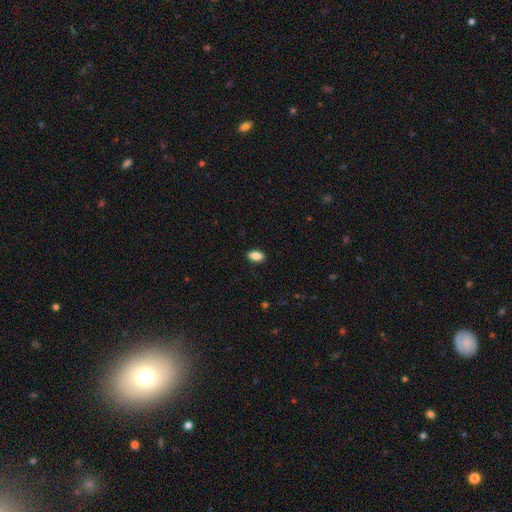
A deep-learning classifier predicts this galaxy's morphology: Smooth or featured?
  - smooth: 86% *
  - star or artifact: 8%
  - featured or disk: 6%
How rounded?
  - in between: 90% *
  - round: 6%
  - cigar-shaped: 4%
Merging?
  - none: 89% *
  - minor disturbance: 8%
  - major disturbance: 2%
  - merger: 1%